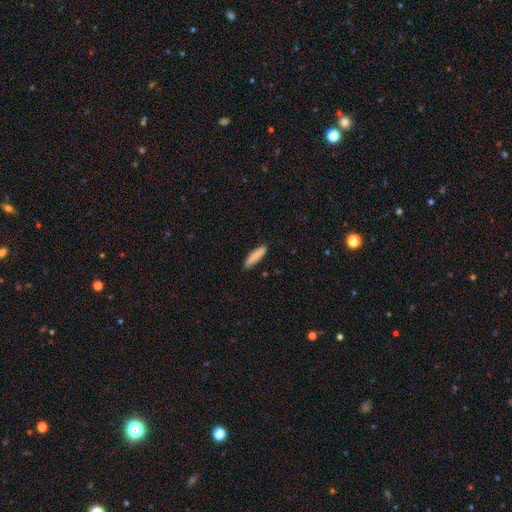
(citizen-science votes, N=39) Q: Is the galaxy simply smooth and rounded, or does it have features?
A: smooth — 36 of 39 (92%).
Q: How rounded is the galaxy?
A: cigar-shaped — 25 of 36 (69%).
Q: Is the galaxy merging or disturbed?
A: none — 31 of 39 (79%).